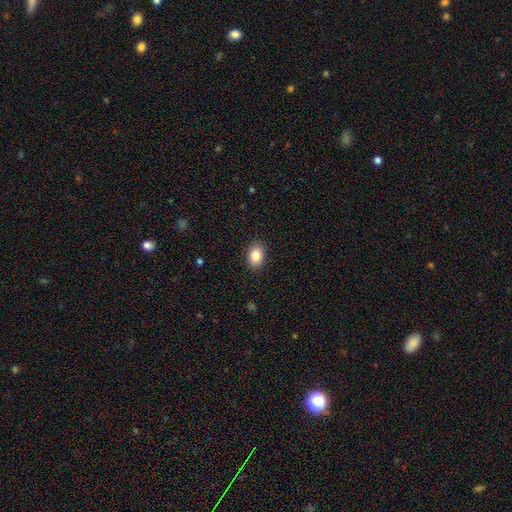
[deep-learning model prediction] Smooth or featured?
  - smooth: 86% *
  - star or artifact: 8%
  - featured or disk: 6%
How rounded?
  - in between: 80% *
  - round: 19%
  - cigar-shaped: 1%
Merging?
  - none: 89% *
  - minor disturbance: 8%
  - major disturbance: 2%
  - merger: 1%